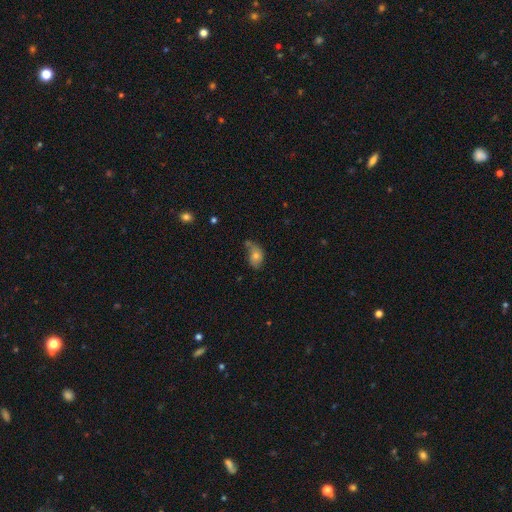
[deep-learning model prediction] This appears to be a smooth galaxy with no disk features (64%) that is in between round and cigar-shaped (79%). Merging: none (38%).